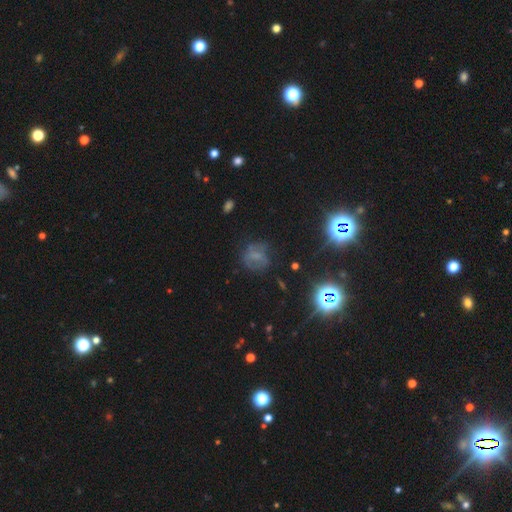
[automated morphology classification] Overall: smooth (41%; featured or disk 30%). Merging: none (60%; minor disturbance 22%).